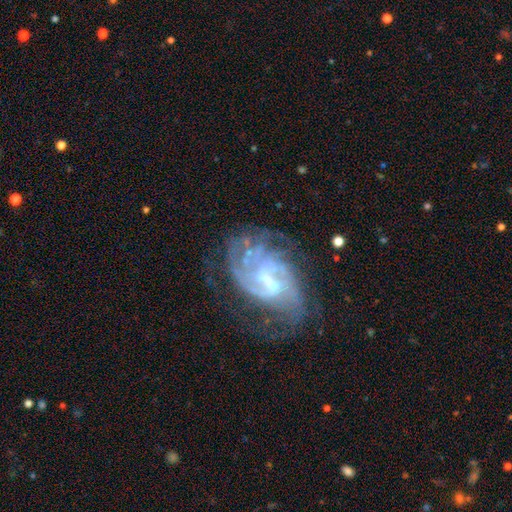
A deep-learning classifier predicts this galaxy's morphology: Smooth or featured? featured or disk (82%)
Edge-on disk? no (96%)
Bar? weak (48%)
Spiral arms? yes (97%)
Spiral winding? tight (62%)
Spiral arm count? 2 (25%)
Bulge size? moderate (44%)
Merging? none (74%)